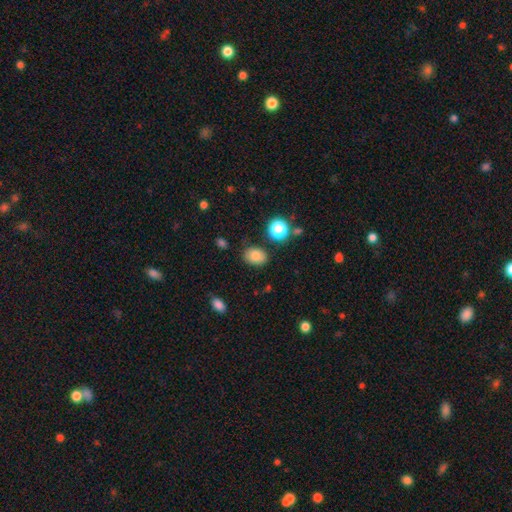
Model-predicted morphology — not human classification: Q: Smooth or featured?
A: smooth (82%); runner-up: star or artifact (11%)
Q: How rounded?
A: in between (72%); runner-up: round (27%)
Q: Merging?
A: none (81%); runner-up: minor disturbance (13%)